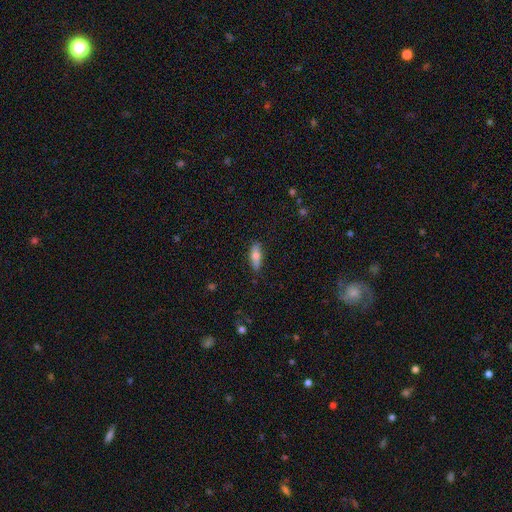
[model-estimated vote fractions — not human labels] Smooth or featured? smooth (70%)
How rounded? in between (56%)
Merging? none (81%)